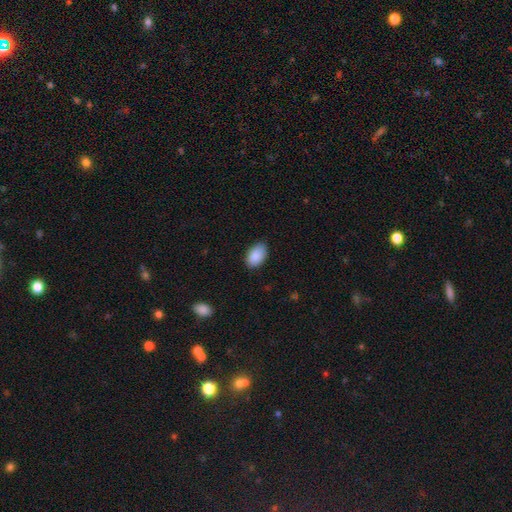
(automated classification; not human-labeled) smooth-or-featured: smooth: 89% | star or artifact: 7% | featured or disk: 4%
  how-rounded: in between: 92% | round: 7% | cigar-shaped: 1%
  merging: none: 83% | minor disturbance: 14% | major disturbance: 2% | merger: 1%